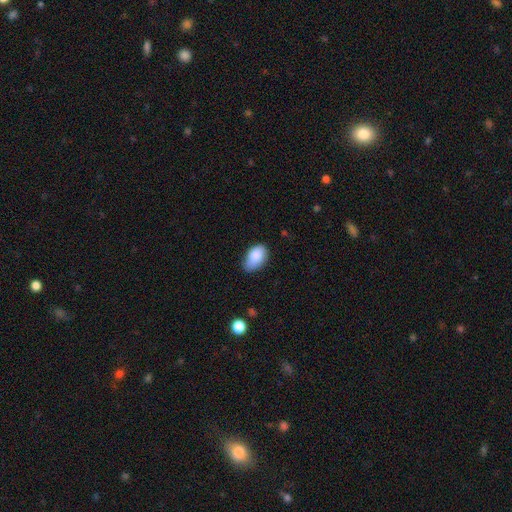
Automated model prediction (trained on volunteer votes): The model was most divided on "merging": none: 61%, minor disturbance: 32%, major disturbance: 5%, merger: 2%. More confident: how rounded — in between (92%); smooth or featured — smooth (85%).